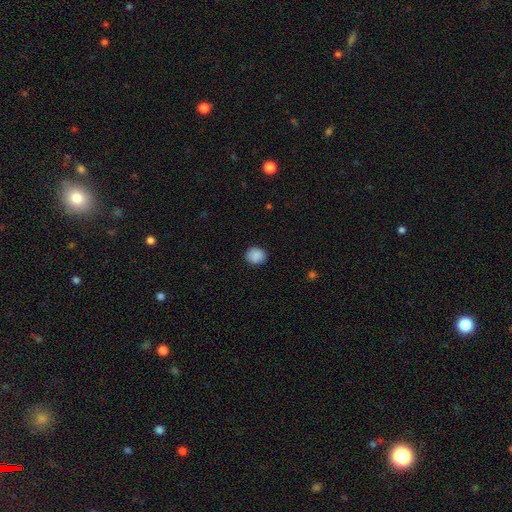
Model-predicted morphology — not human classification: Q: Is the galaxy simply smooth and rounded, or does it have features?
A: smooth — 89%.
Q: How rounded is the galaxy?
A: round — 80%.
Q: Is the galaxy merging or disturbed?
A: none — 90%.